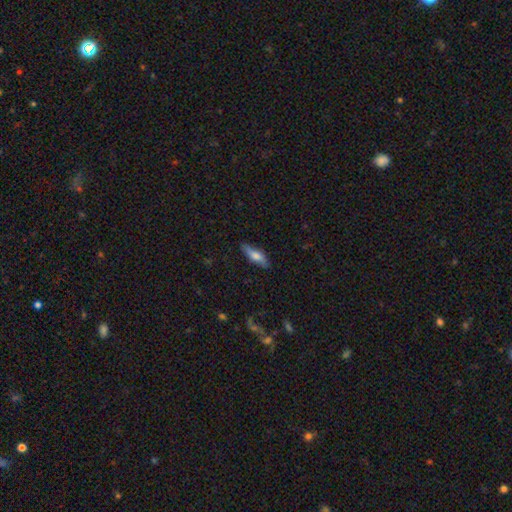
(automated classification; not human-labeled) Smooth or featured? Predicted: smooth (p=0.59). How rounded? Predicted: cigar-shaped (p=0.53). Merging? Predicted: none (p=0.81).